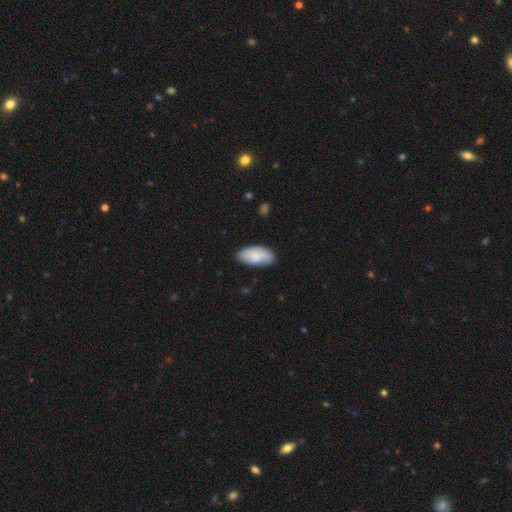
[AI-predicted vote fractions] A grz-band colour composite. It shows a smooth galaxy with no disk features (83%) that is in between round and cigar-shaped (94%). Merging: none (72%).